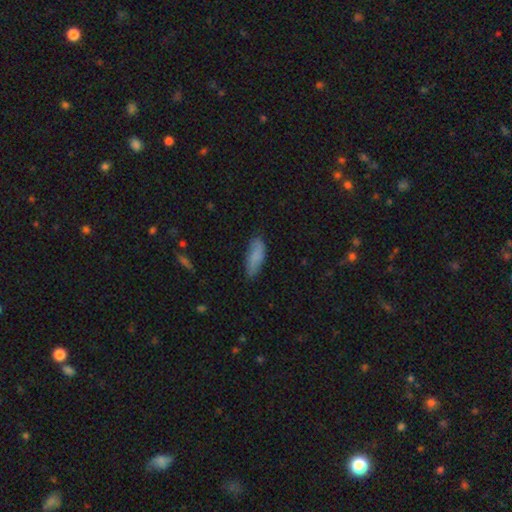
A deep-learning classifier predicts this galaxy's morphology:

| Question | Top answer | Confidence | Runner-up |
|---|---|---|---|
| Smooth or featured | smooth | 80% | featured or disk (14%) |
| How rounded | in between | 65% | cigar-shaped (33%) |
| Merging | none | 73% | minor disturbance (21%) |